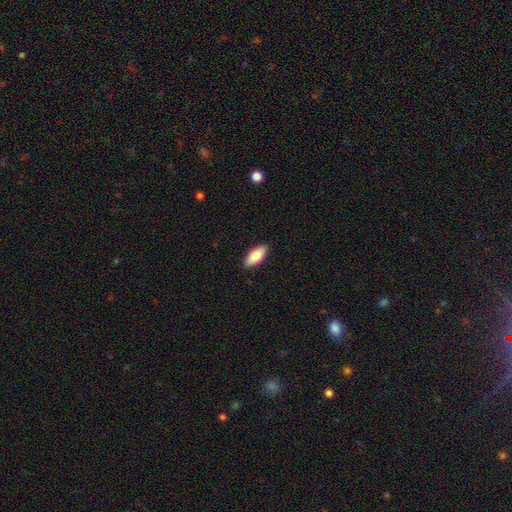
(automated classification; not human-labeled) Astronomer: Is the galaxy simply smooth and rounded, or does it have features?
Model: smooth — 80%.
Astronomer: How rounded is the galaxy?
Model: in between — 85%.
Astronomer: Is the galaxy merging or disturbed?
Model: none — 89%.